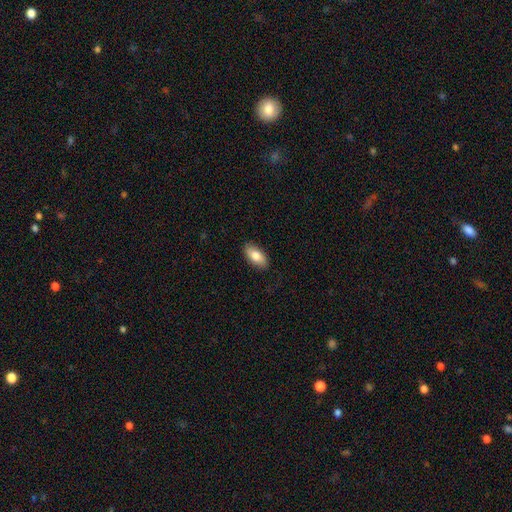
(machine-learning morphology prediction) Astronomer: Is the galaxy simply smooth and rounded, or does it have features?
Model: smooth — 81%.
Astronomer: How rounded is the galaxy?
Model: in between — 92%.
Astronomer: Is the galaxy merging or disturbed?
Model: none — 87%.